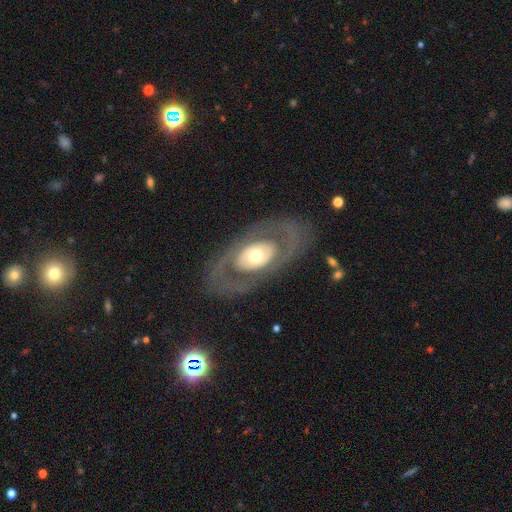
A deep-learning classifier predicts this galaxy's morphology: This appears to be a featured or disk galaxy (65%) with no bar (86%), no spiral arms (78%) and a moderate central bulge (61%). Merging: none (79%).